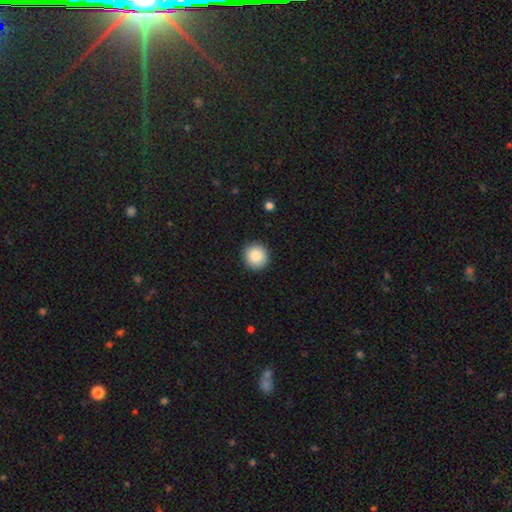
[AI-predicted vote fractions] Smooth or featured? Predicted: smooth (p=0.87). How rounded? Predicted: round (p=0.93). Merging? Predicted: none (p=0.92).